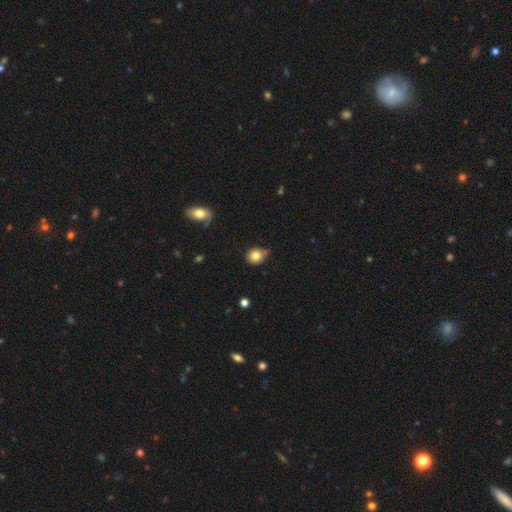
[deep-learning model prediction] smooth_or_featured: smooth (p=0.80) [alt: star or artifact p=0.11]
how_rounded: round (p=0.78) [alt: in between p=0.21]
merging: none (p=0.59) [alt: minor disturbance p=0.30]